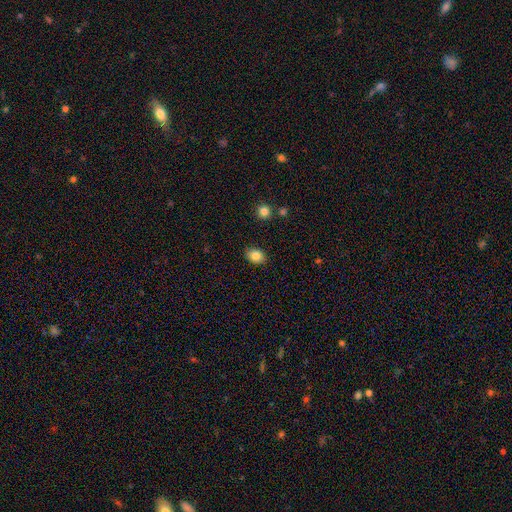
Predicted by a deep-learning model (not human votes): Morphology: type=smooth (84%); roundness=in between (72%); merging=none (88%).